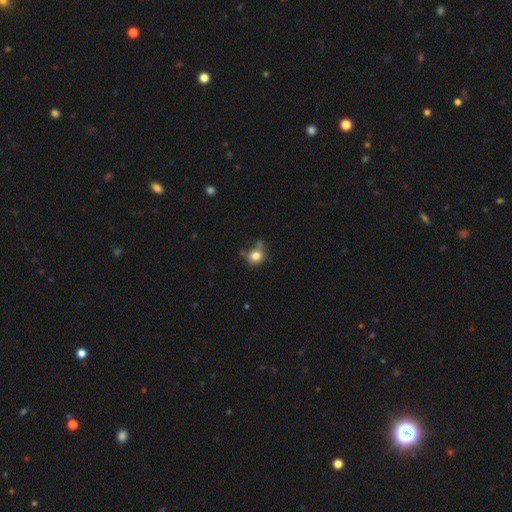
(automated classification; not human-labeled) smooth_or_featured: smooth (p=0.81) [alt: star or artifact p=0.11]
how_rounded: round (p=0.74) [alt: in between p=0.25]
merging: none (p=0.58) [alt: minor disturbance p=0.22]